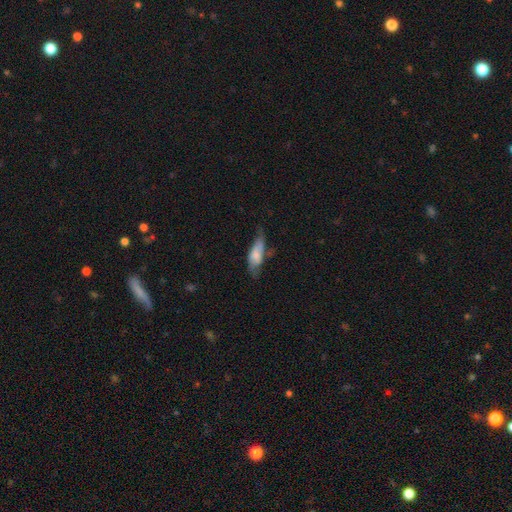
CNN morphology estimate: type=smooth (59%); roundness=in between (68%); merging=none (36%).